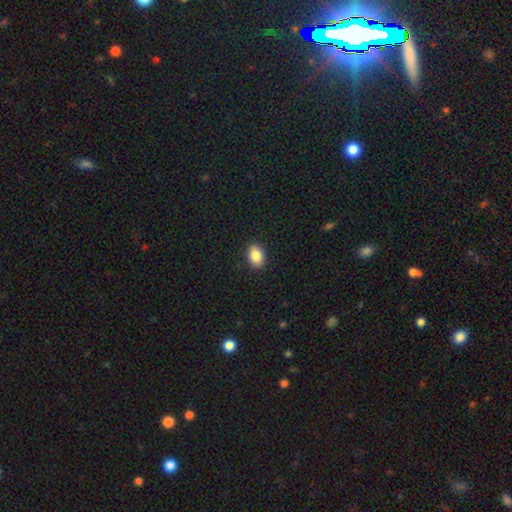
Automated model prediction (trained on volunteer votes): Smooth or featured? Predicted: smooth (p=0.87). How rounded? Predicted: in between (p=0.78). Merging? Predicted: none (p=0.90).